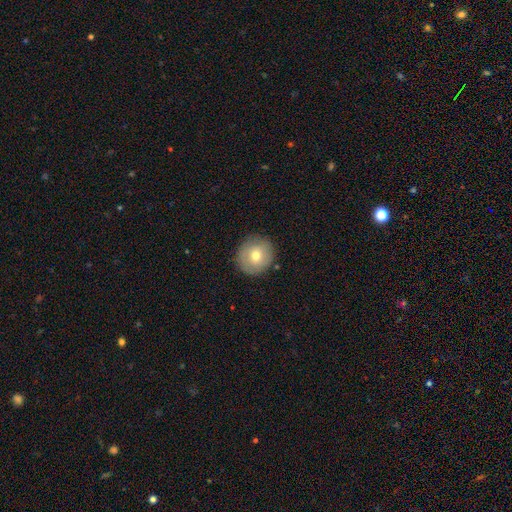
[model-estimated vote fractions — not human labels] A smooth galaxy with no disk features (69%) that is round (92%). Merging: none (87%).